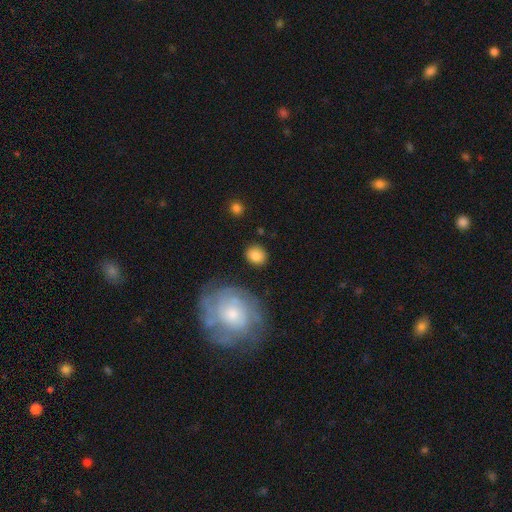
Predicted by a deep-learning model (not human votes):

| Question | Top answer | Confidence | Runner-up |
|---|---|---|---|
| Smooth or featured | smooth | 81% | featured or disk (12%) |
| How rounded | round | 73% | in between (26%) |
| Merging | none | 84% | minor disturbance (10%) |